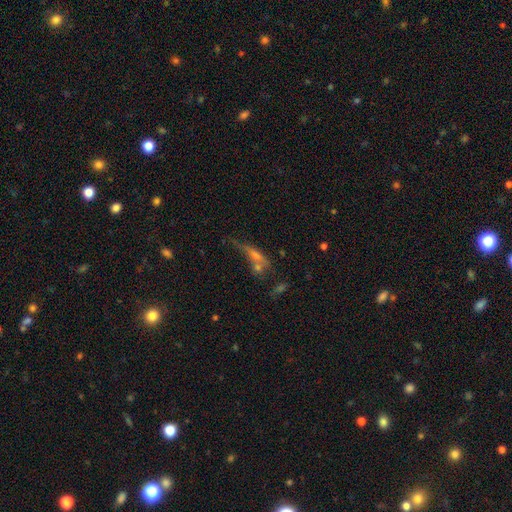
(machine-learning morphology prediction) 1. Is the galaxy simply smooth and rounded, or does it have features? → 42% featured or disk, 36% smooth, 22% star or artifact.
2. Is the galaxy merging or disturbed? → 32% none, 31% merger, 21% major disturbance, 16% minor disturbance.